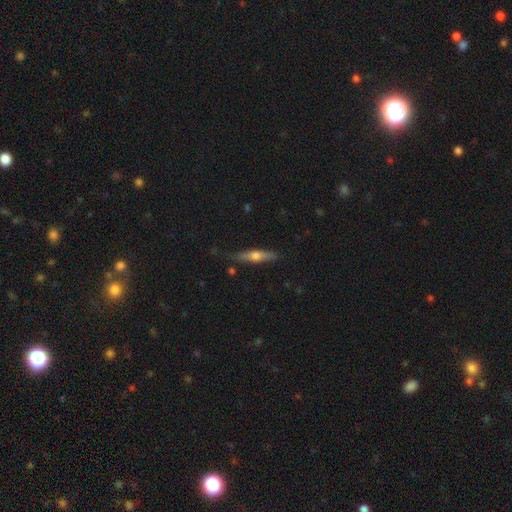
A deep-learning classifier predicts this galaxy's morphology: featured or disk 49%, smooth 45%, star or artifact 6%. Down the decision tree: merging — none (78%).